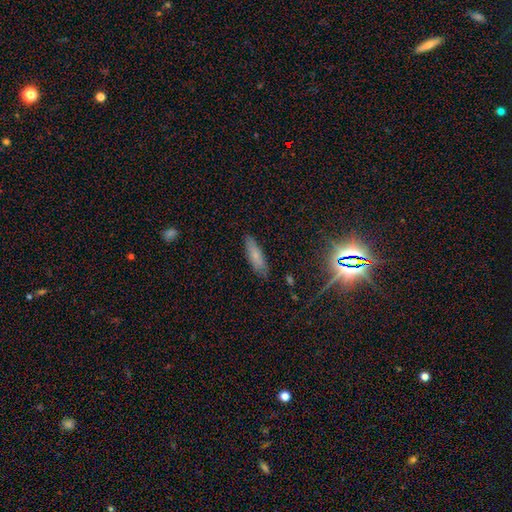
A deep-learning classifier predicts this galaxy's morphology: A smooth galaxy with no disk features (71%) that is cigar-shaped (53%). Merging: none (82%).